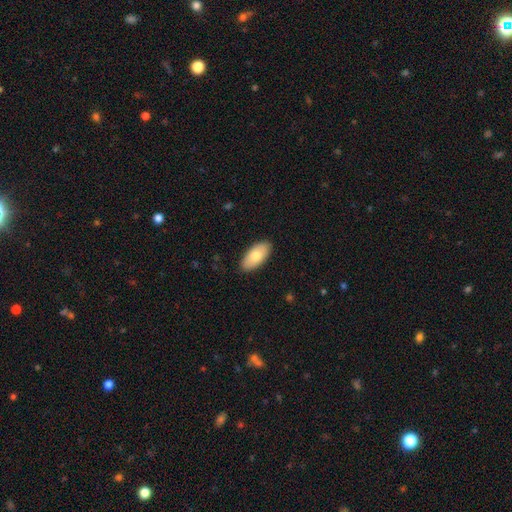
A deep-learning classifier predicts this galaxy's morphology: This appears to be a smooth galaxy with no disk features (75%) that is in between round and cigar-shaped (94%). Merging: none (88%).